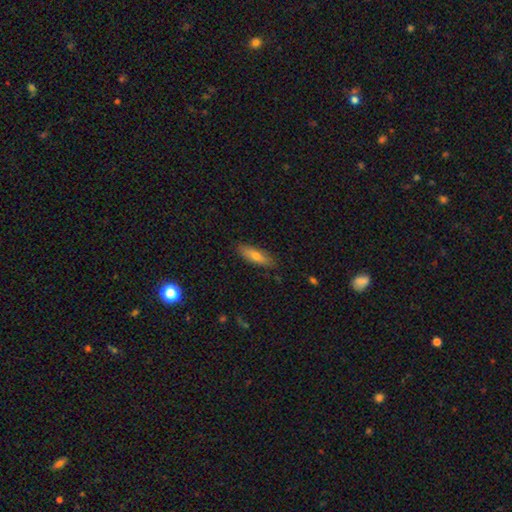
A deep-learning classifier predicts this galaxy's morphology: type=smooth (69%); roundness=cigar-shaped (53%); merging=none (86%).